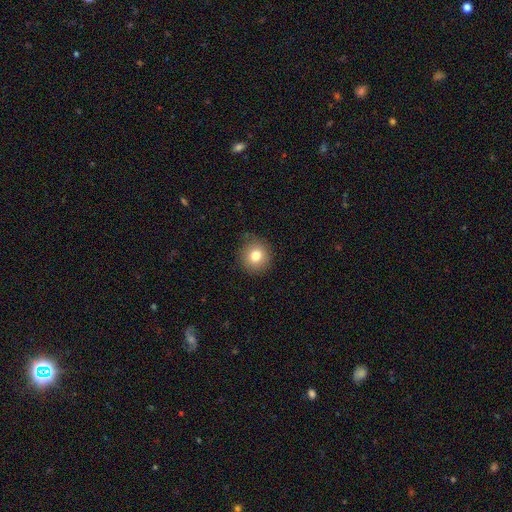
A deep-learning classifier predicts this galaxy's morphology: type=smooth (79%); roundness=round (92%); merging=none (87%).